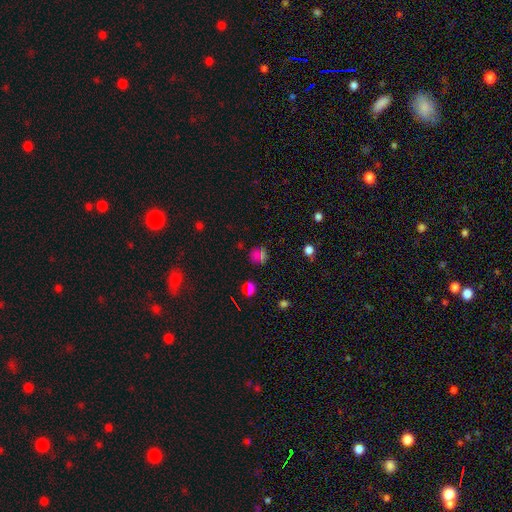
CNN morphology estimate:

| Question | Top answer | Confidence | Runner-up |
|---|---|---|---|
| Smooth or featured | smooth | 53% | star or artifact (38%) |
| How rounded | round | 81% | in between (17%) |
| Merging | none | 76% | minor disturbance (13%) |